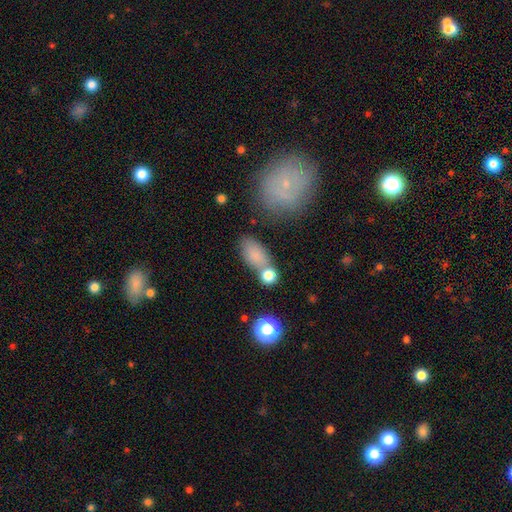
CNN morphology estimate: Smooth or featured?
  - smooth: 79% *
  - star or artifact: 11%
  - featured or disk: 11%
How rounded?
  - in between: 80% *
  - round: 13%
  - cigar-shaped: 7%
Merging?
  - none: 51% *
  - merger: 27%
  - minor disturbance: 15%
  - major disturbance: 7%